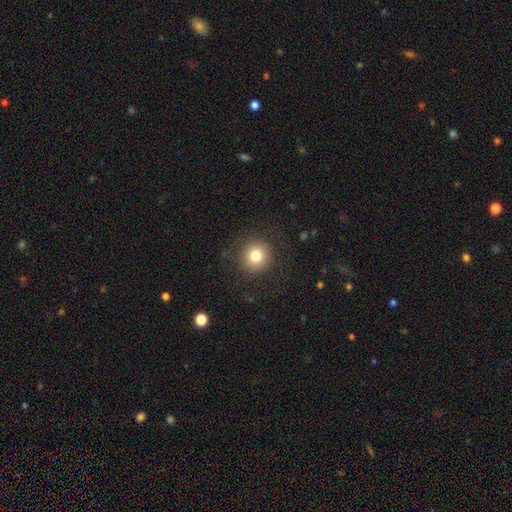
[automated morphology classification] Smooth or featured? smooth (80%)
How rounded? round (93%)
Merging? none (88%)